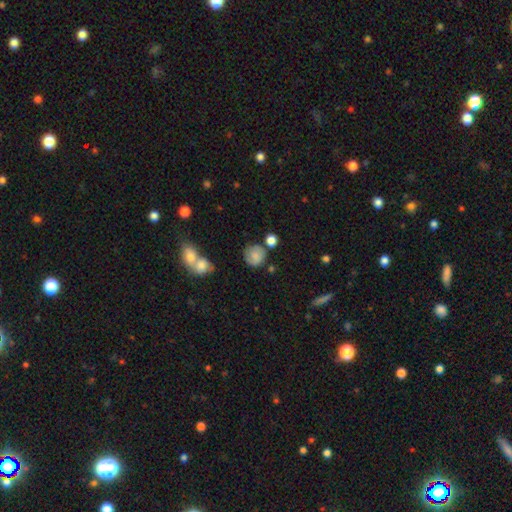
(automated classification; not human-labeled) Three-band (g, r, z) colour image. It shows a smooth galaxy with no disk features (76%) that is round (84%). Merging: none (65%).